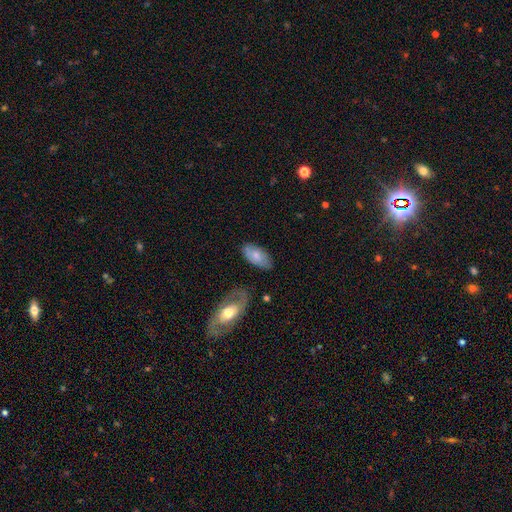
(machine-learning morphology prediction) smooth-or-featured: smooth: 66% | featured or disk: 28% | star or artifact: 6%
  how-rounded: in between: 92% | cigar-shaped: 5% | round: 3%
  merging: none: 71% | minor disturbance: 20% | major disturbance: 6% | merger: 4%